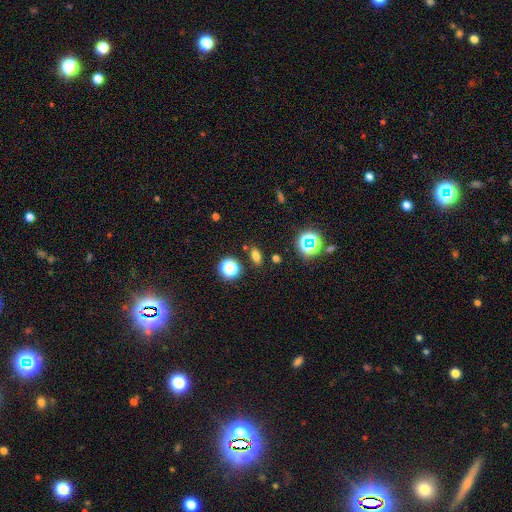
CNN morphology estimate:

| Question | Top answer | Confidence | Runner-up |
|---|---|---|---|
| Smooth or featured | smooth | 70% | star or artifact (21%) |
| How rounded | in between | 74% | round (20%) |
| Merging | none | 84% | minor disturbance (9%) |